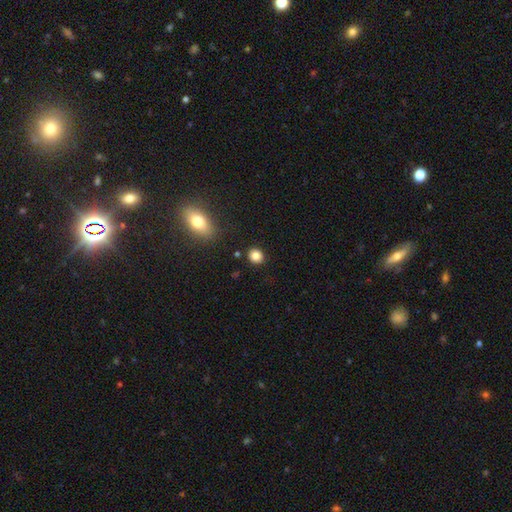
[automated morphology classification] smooth 84%, star or artifact 11%, featured or disk 5%. Down the decision tree: how rounded — round (81%); merging — none (88%).